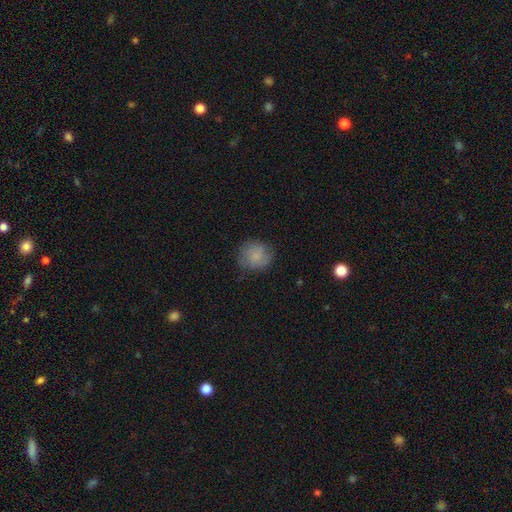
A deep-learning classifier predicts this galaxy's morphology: Smooth or featured?
  - smooth: 75% *
  - featured or disk: 17%
  - star or artifact: 8%
How rounded?
  - round: 85% *
  - in between: 14%
  - cigar-shaped: 1%
Merging?
  - none: 73% *
  - minor disturbance: 20%
  - major disturbance: 6%
  - merger: 1%